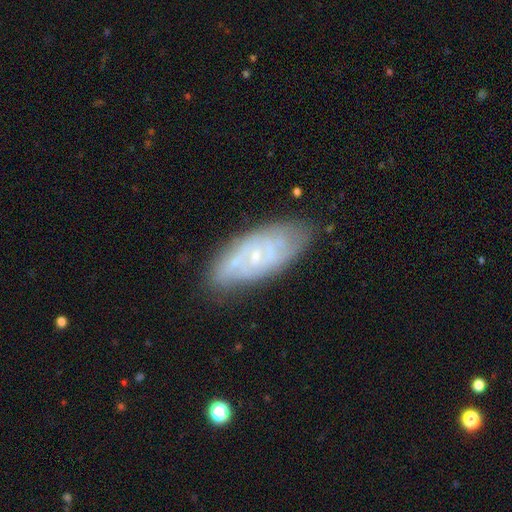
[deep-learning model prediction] Q: Smooth or featured?
A: featured or disk (70%); runner-up: smooth (22%)
Q: Edge-on disk?
A: no (91%); runner-up: yes (9%)
Q: Bar?
A: no (60%); runner-up: weak (33%)
Q: Spiral arms?
A: yes (79%); runner-up: no (21%)
Q: Bulge size?
A: small (76%); runner-up: moderate (17%)
Q: Merging?
A: none (74%); runner-up: minor disturbance (19%)